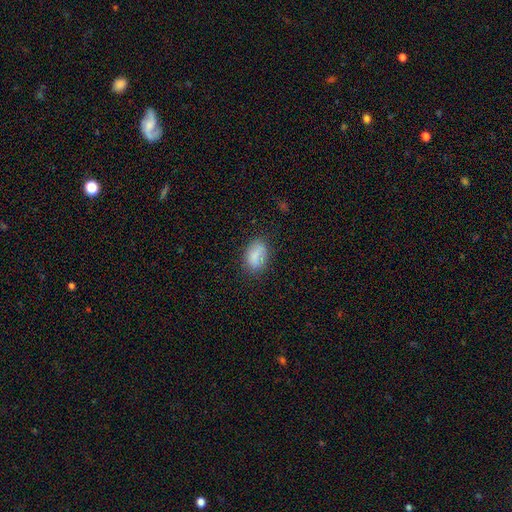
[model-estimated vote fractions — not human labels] Q: Smooth or featured?
A: smooth (81%); runner-up: featured or disk (11%)
Q: How rounded?
A: in between (88%); runner-up: round (10%)
Q: Merging?
A: none (74%); runner-up: minor disturbance (19%)